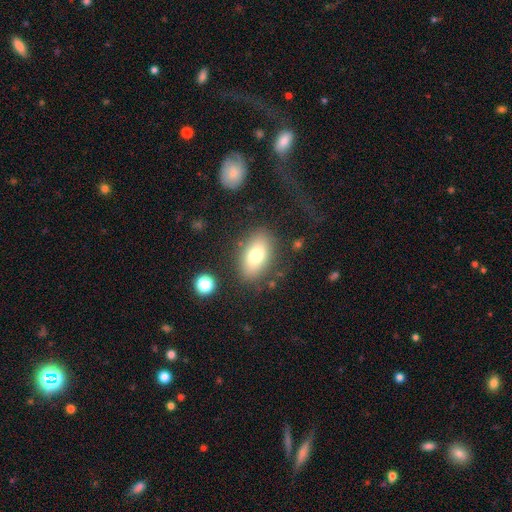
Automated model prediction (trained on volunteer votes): smooth_or_featured: smooth (p=0.75) [alt: featured or disk p=0.17]
how_rounded: in between (p=0.89) [alt: round p=0.08]
merging: none (p=0.80) [alt: minor disturbance p=0.12]